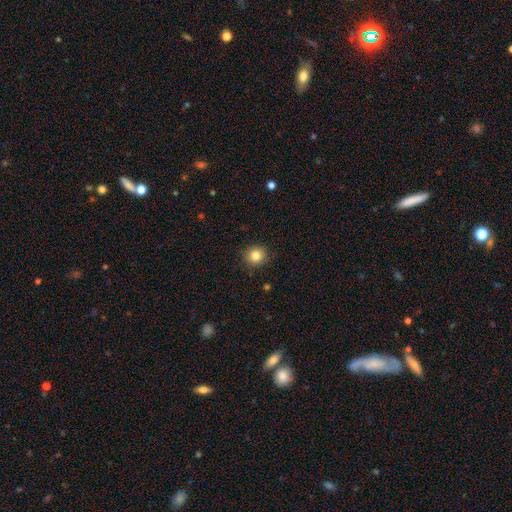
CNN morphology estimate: smooth_or_featured: smooth (p=0.83) [alt: star or artifact p=0.11]
how_rounded: round (p=0.87) [alt: in between p=0.12]
merging: none (p=0.90) [alt: minor disturbance p=0.07]